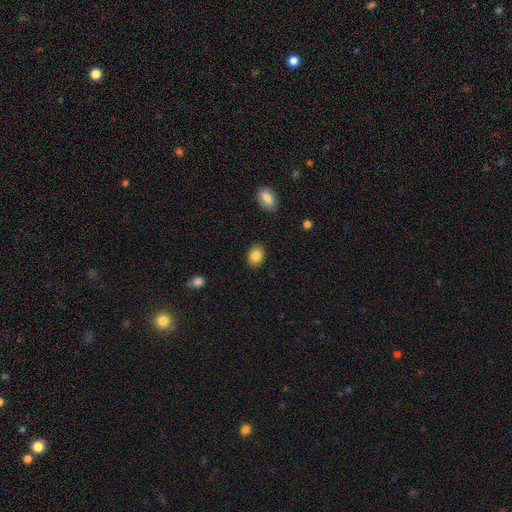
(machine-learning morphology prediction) Smooth or featured? Predicted: smooth (p=0.84). How rounded? Predicted: in between (p=0.66). Merging? Predicted: none (p=0.89).